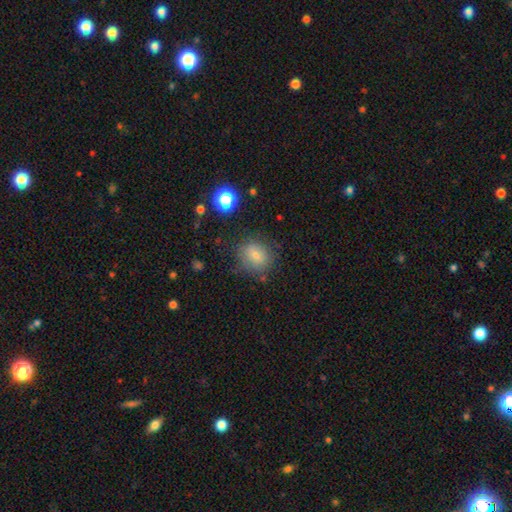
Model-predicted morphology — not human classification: Smooth or featured? Predicted: smooth (p=0.69). How rounded? Predicted: round (p=0.66). Merging? Predicted: none (p=0.76).